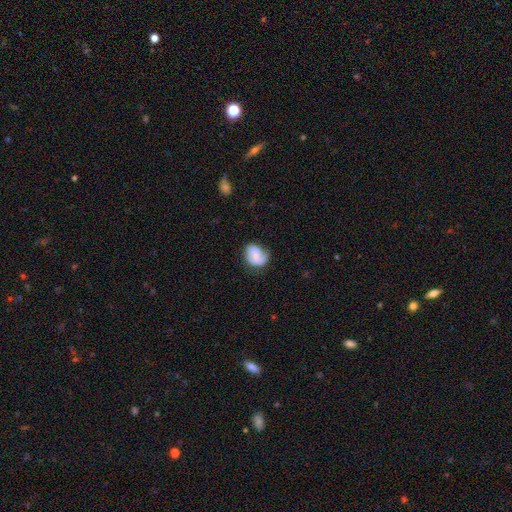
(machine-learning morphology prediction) smooth-or-featured: smooth: 58% | featured or disk: 34% | star or artifact: 8%
  how-rounded: in between: 53% | round: 46% | cigar-shaped: 1%
  merging: none: 56% | minor disturbance: 32% | major disturbance: 10% | merger: 2%